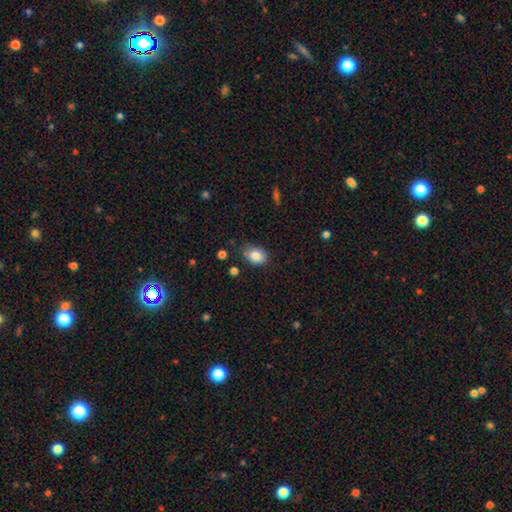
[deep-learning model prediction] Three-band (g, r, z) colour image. It shows a smooth galaxy with no disk features (85%) that is in between round and cigar-shaped (68%). Merging: none (66%).